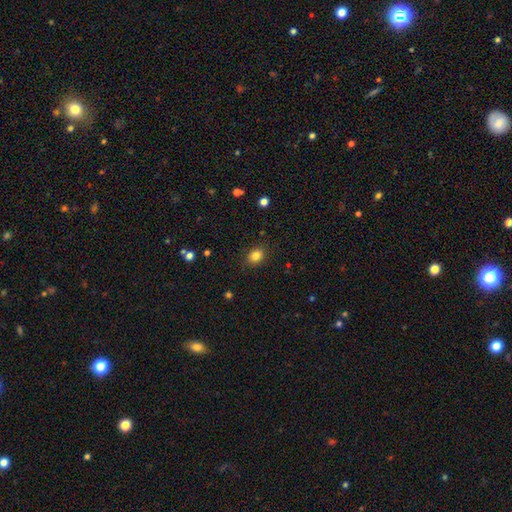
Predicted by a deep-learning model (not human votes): This appears to be a smooth galaxy with no disk features (83%) that is in between round and cigar-shaped (50%). Merging: none (87%).